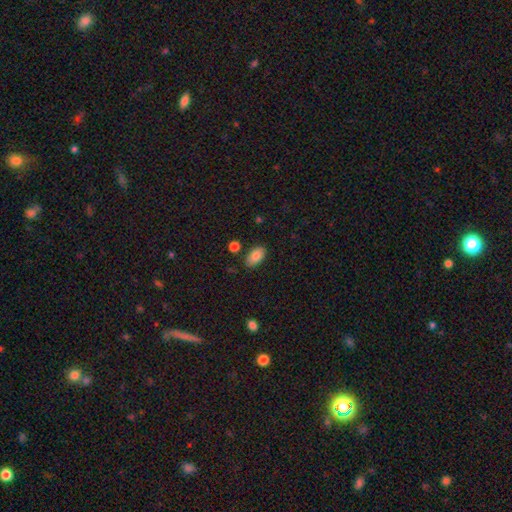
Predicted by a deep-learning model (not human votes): smooth_or_featured: smooth (p=0.86) [alt: star or artifact p=0.08]
how_rounded: in between (p=0.93) [alt: round p=0.05]
merging: none (p=0.82) [alt: minor disturbance p=0.12]